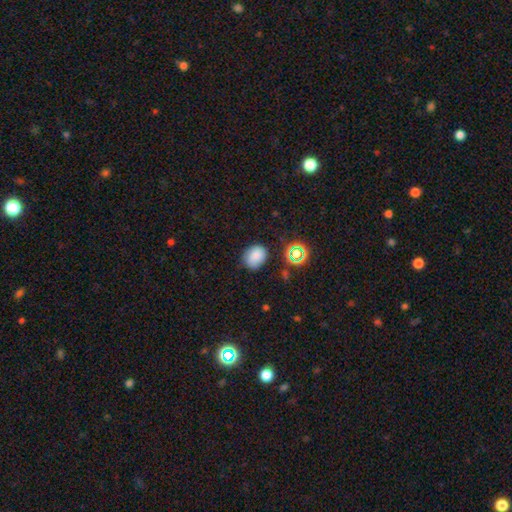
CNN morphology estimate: smooth_or_featured: smooth (p=0.80) [alt: star or artifact p=0.14]
how_rounded: in between (p=0.51) [alt: round p=0.48]
merging: none (p=0.74) [alt: minor disturbance p=0.19]